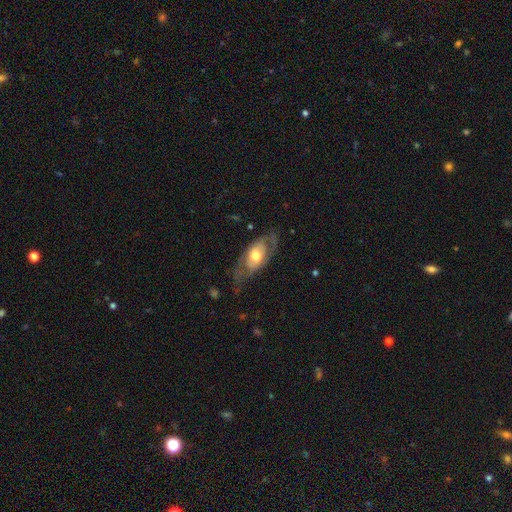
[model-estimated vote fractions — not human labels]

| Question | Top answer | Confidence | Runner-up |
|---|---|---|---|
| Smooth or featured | featured or disk | 60% | smooth (34%) |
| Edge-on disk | no | 83% | yes (17%) |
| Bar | no | 71% | weak (22%) |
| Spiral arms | yes | 50% | tied: no (50%) |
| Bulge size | moderate | 66% | large (19%) |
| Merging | none | 58% | minor disturbance (23%) |